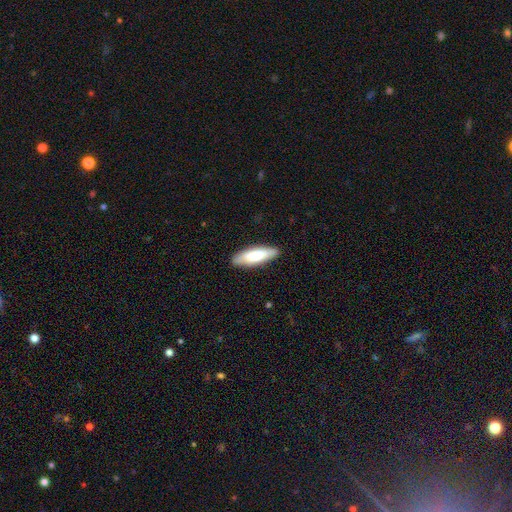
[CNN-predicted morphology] The model was most divided on "how rounded": in between: 50%, cigar-shaped: 48%, round: 2%. More confident: merging — none (86%); smooth or featured — smooth (74%).